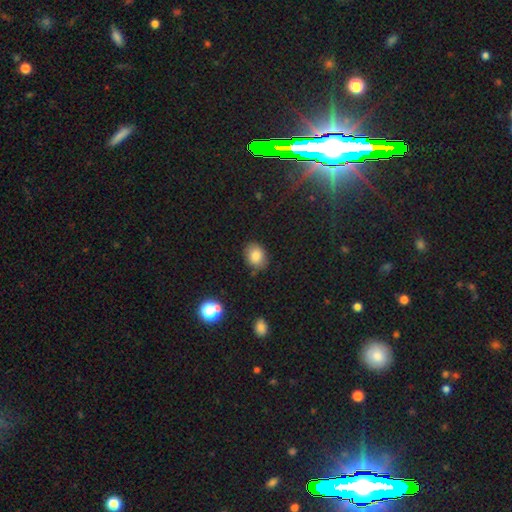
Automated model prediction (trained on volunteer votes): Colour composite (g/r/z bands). It shows a smooth galaxy with no disk features (82%) that is in between round and cigar-shaped (58%). Merging: none (81%).